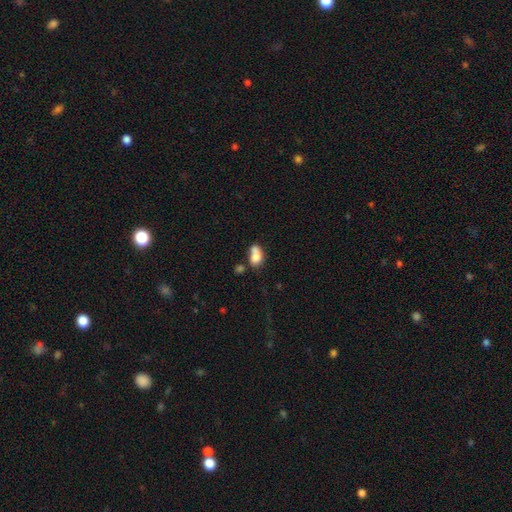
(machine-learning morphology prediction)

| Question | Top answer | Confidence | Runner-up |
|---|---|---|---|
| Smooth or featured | smooth | 78% | featured or disk (13%) |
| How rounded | in between | 80% | round (17%) |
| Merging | merger | 45% | none (29%) |